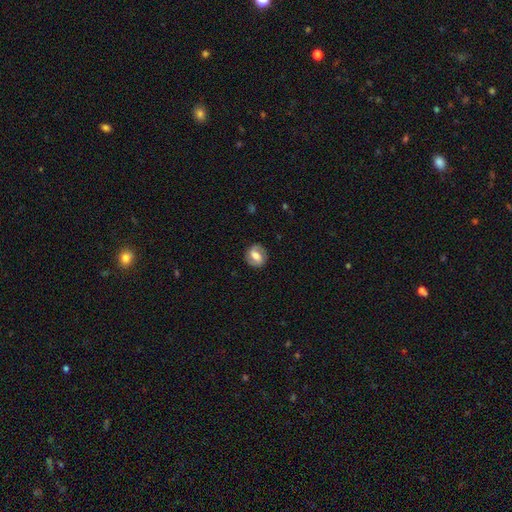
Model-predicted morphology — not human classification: This appears to be a featured or disk galaxy (49%). Merging: none (83%).